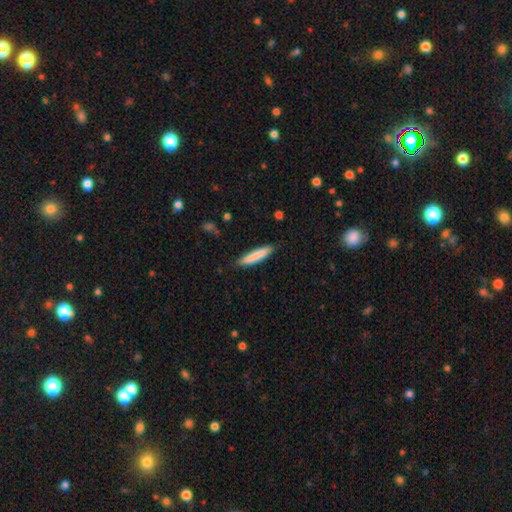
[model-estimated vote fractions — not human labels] A smooth galaxy with no disk features (83%) that is cigar-shaped (85%). Merging: none (86%).